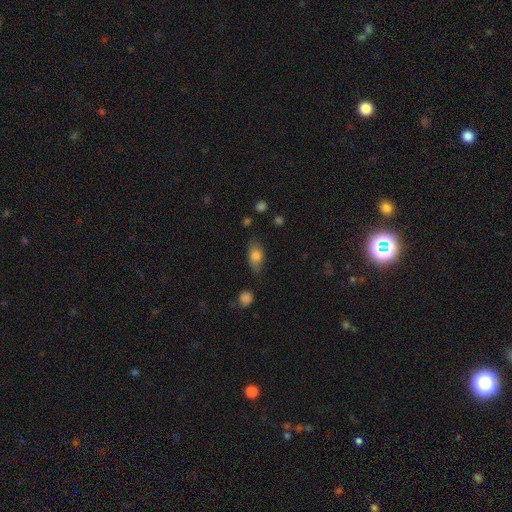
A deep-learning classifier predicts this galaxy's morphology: This appears to be a smooth galaxy with no disk features (77%) that is in between round and cigar-shaped (85%). Merging: none (67%).